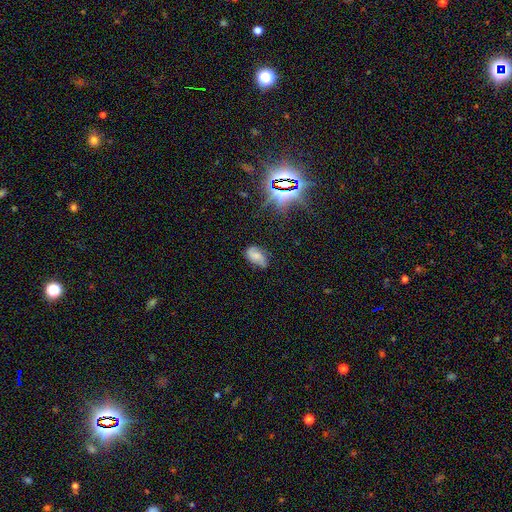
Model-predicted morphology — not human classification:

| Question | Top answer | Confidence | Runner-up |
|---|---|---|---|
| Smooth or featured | featured or disk | 43% | tied: smooth (43%) |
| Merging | none | 62% | minor disturbance (27%) |